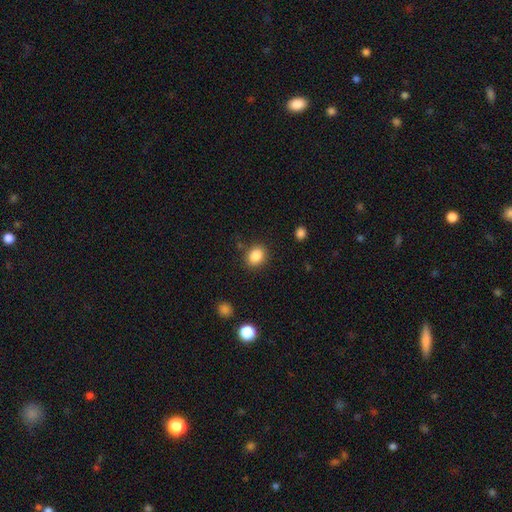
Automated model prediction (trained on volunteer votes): A smooth galaxy with no disk features (86%) that is round (52%). Merging: none (85%).